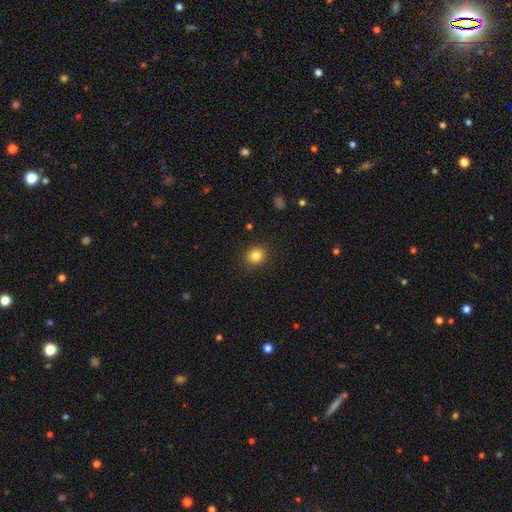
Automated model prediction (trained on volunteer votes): This is clearly a smooth galaxy (84%). How rounded: likely round (79%). Merging: clearly none (90%).